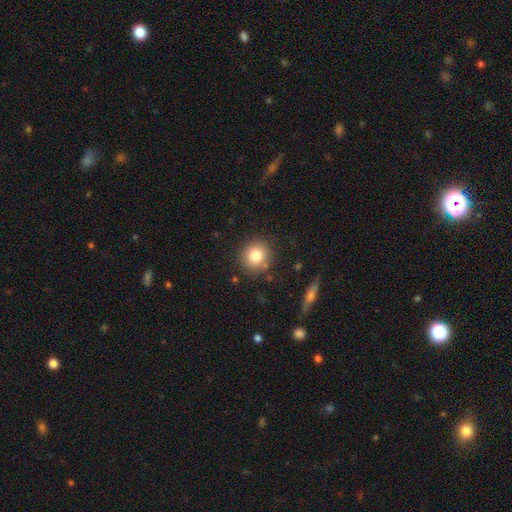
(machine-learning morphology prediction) A smooth galaxy with no disk features (80%) that is round (88%).

Vote fractions:
- Smooth or featured? smooth: 80% / star or artifact: 10% / featured or disk: 10%
- How rounded? round: 88% / in between: 11% / cigar-shaped: 1%
- Merging? none: 86% / minor disturbance: 9% / merger: 3% / major disturbance: 3%